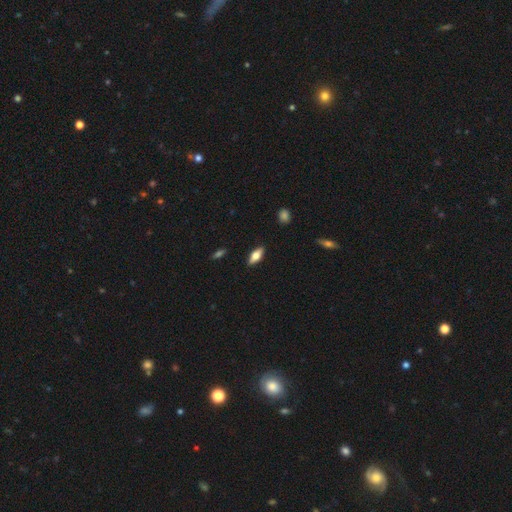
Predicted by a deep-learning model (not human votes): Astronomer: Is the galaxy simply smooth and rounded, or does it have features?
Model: smooth — 60%.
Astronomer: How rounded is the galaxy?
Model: in between — 74%.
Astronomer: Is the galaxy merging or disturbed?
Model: none — 88%.